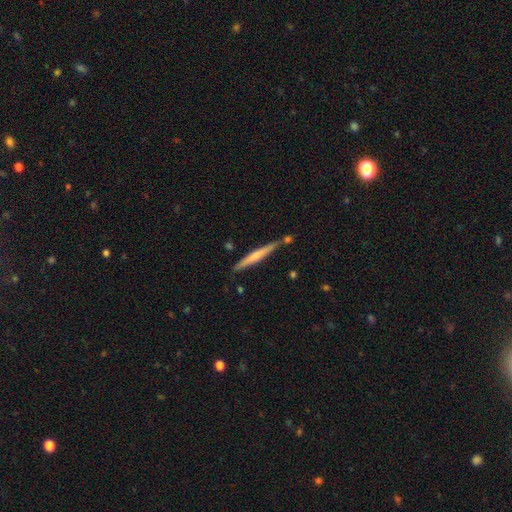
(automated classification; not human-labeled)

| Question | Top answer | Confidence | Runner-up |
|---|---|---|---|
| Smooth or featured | smooth | 49% | featured or disk (46%) |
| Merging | none | 78% | minor disturbance (13%) |